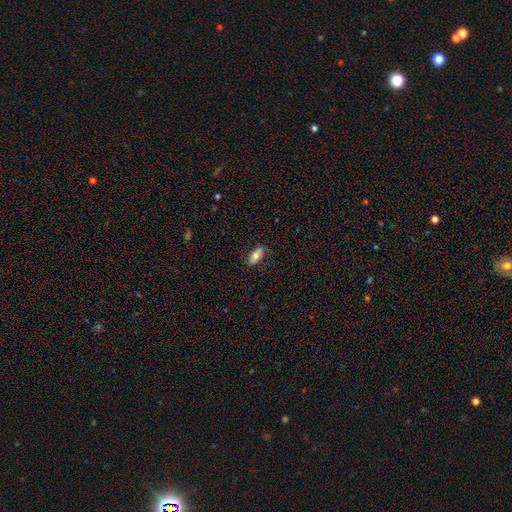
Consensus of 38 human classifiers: This is likely a smooth galaxy (63%). How rounded: clearly in between (88%). Merging: likely none (74%).